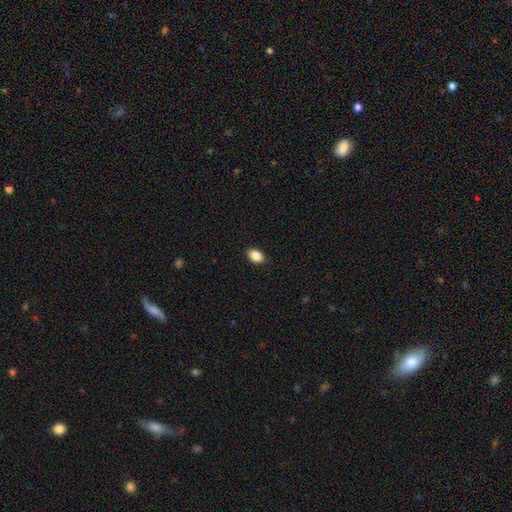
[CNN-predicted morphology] This appears to be a smooth galaxy with no disk features (87%) that is in between round and cigar-shaped (86%). Merging: none (90%).